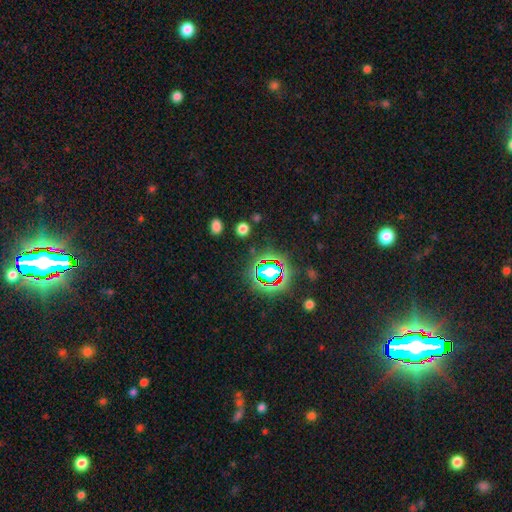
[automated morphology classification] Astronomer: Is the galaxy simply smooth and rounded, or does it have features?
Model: star or artifact — 81%.